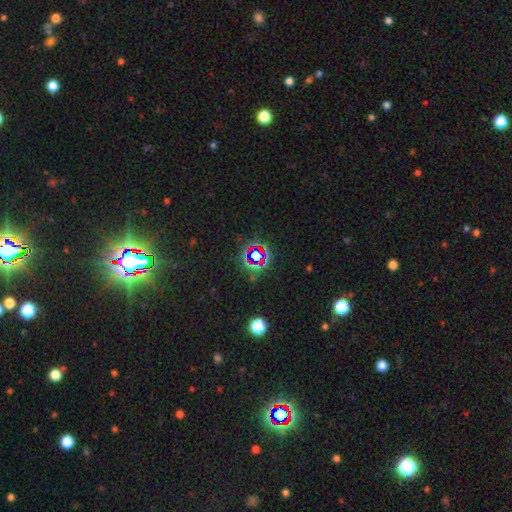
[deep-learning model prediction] smooth_or_featured: star or artifact (p=0.73) [alt: smooth p=0.16]